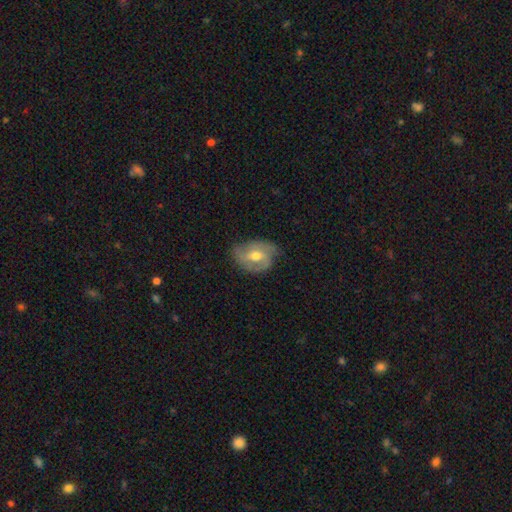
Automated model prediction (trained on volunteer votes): This is likely a featured or disk galaxy (64%). It is clearly not viewed edge-on (95%). Bar: marginally weak (44%). Spiral arm pattern: clearly yes (81%). Central bulge: likely moderate (73%). Merging: likely none (61%).